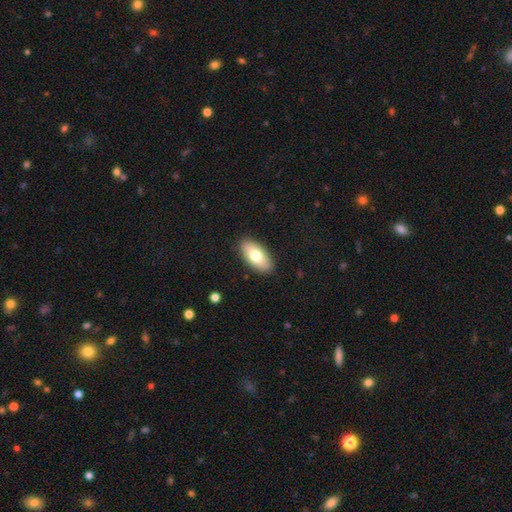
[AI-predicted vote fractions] smooth_or_featured: smooth (p=0.74) [alt: featured or disk p=0.20]
how_rounded: in between (p=0.92) [alt: cigar-shaped p=0.05]
merging: none (p=0.89) [alt: minor disturbance p=0.08]